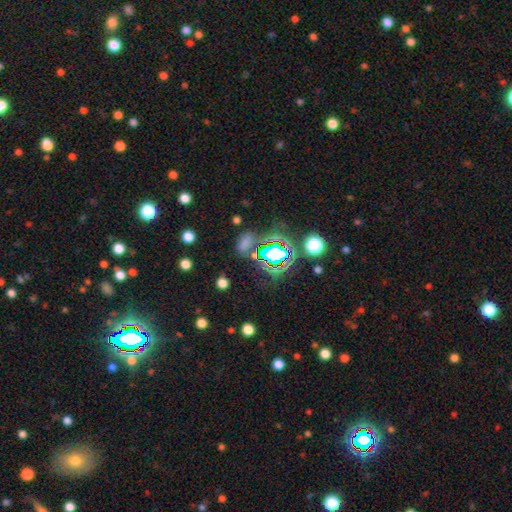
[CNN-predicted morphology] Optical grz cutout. It shows a star or artifact, not a galaxy (69%).